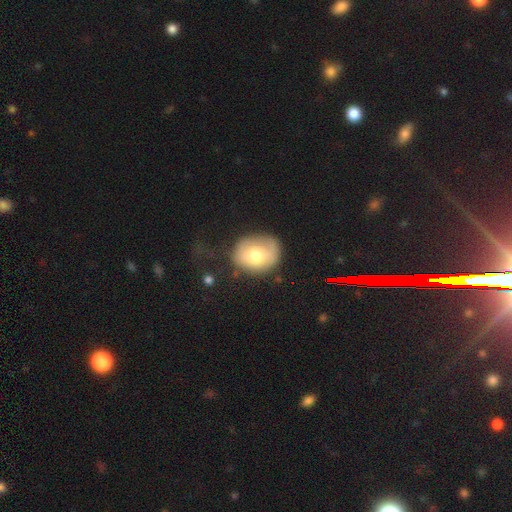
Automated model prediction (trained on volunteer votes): A smooth galaxy with no disk features (70%) that is round (53%).

Vote fractions:
- Smooth or featured? smooth: 70% / featured or disk: 23% / star or artifact: 8%
- How rounded? round: 53% / in between: 47% / cigar-shaped: 1%
- Merging? none: 56% / minor disturbance: 27% / major disturbance: 14% / merger: 3%